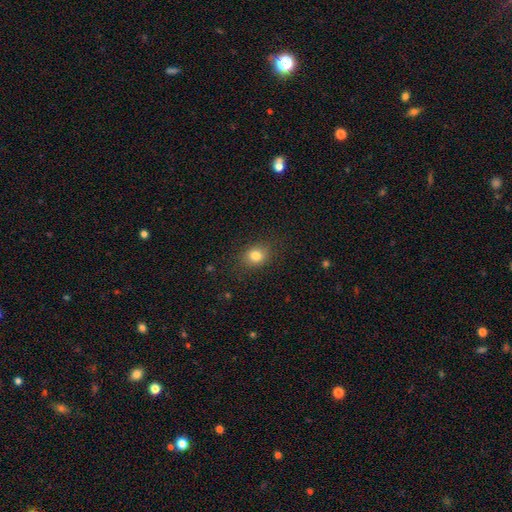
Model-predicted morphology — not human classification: Smooth or featured: smooth — 81% (star or artifact — 11%)
How rounded: round — 57% (in between — 42%)
Merging: none — 85% (minor disturbance — 11%)